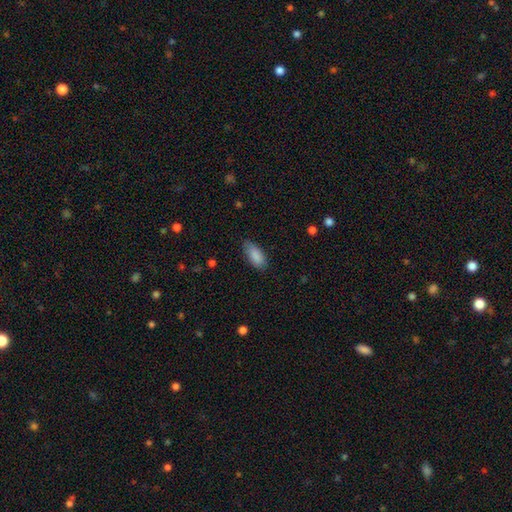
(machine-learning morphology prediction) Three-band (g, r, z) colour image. It shows a smooth galaxy with no disk features (88%) that is in between round and cigar-shaped (86%). Merging: none (74%).